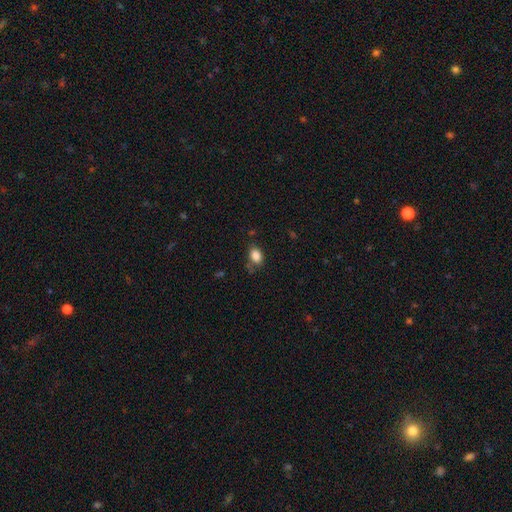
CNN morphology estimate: Overall: smooth (86%). How rounded: in between (81%). Merging: none (70%).